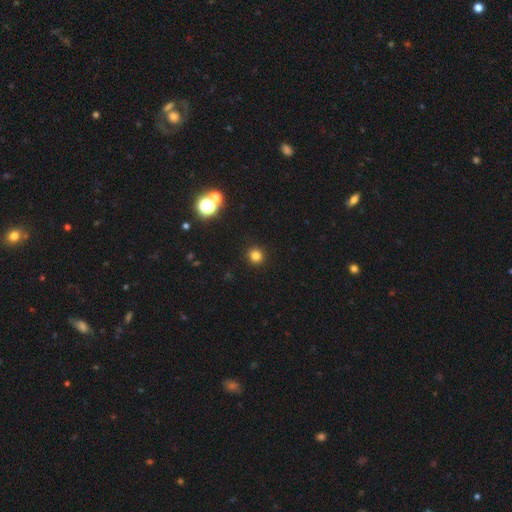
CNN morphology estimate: Smooth or featured: smooth — 80% (star or artifact — 15%)
How rounded: round — 91% (in between — 8%)
Merging: none — 92% (minor disturbance — 5%)